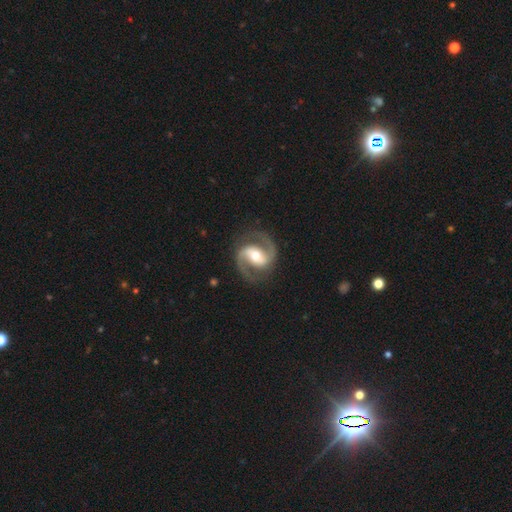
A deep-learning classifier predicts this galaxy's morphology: A featured or disk galaxy (91%) with a strong bar (39%), 2 (94%) medium (63%) spiral arms (98%) and a moderate central bulge (71%). Merging: none (85%).